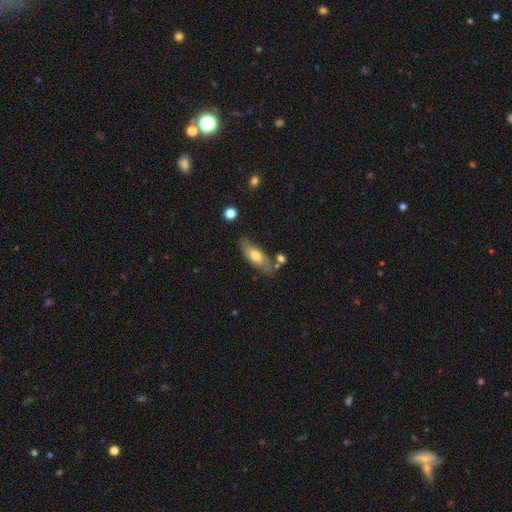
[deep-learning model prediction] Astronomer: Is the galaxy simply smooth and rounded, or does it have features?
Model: smooth — 63%.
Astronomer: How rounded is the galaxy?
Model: in between — 69%.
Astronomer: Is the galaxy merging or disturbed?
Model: none — 73%.